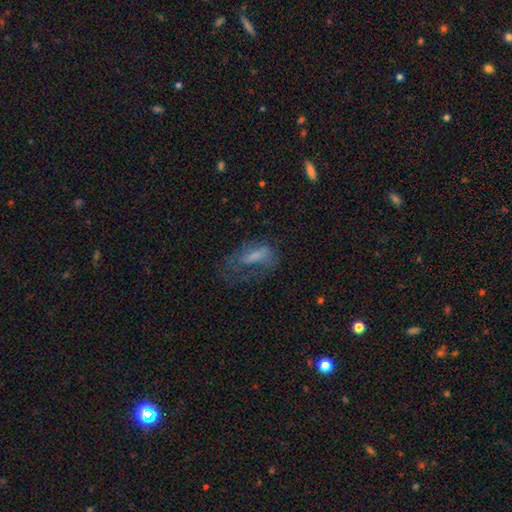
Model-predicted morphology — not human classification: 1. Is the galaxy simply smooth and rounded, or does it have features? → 50% smooth, 38% featured or disk, 12% star or artifact.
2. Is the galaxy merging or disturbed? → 46% major disturbance, 30% none, 21% minor disturbance, 3% merger.